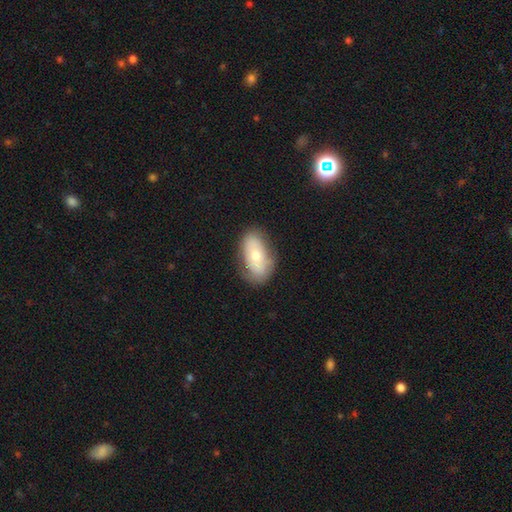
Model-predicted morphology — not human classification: Smooth or featured?
  - smooth: 59% *
  - featured or disk: 35%
  - star or artifact: 7%
How rounded?
  - in between: 91% *
  - round: 6%
  - cigar-shaped: 3%
Merging?
  - none: 71% *
  - minor disturbance: 22%
  - major disturbance: 6%
  - merger: 2%